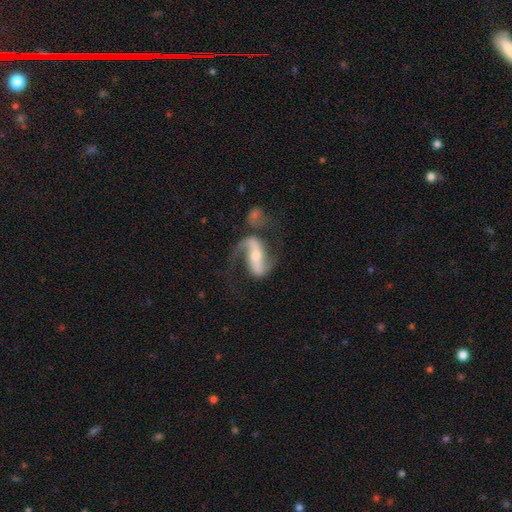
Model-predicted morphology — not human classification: Smooth or featured?
  - featured or disk: 87% *
  - smooth: 8%
  - star or artifact: 5%
Edge-on disk?
  - no: 94% *
  - yes: 6%
Bar?
  - strong: 59% *
  - weak: 23%
  - no: 17%
Spiral arms?
  - yes: 95% *
  - no: 5%
Spiral winding?
  - loose: 56% *
  - medium: 35%
  - tight: 9%
Spiral arm count?
  - 2: 87% *
  - 1: 8%
  - can't tell: 3%
  - 3: 1%
  - 4: 1%
  - more than 4: 1%
Bulge size?
  - small: 51% *
  - moderate: 43%
  - large: 3%
  - none: 2%
  - dominant: 1%
Merging?
  - none: 59% *
  - major disturbance: 18%
  - minor disturbance: 16%
  - merger: 7%